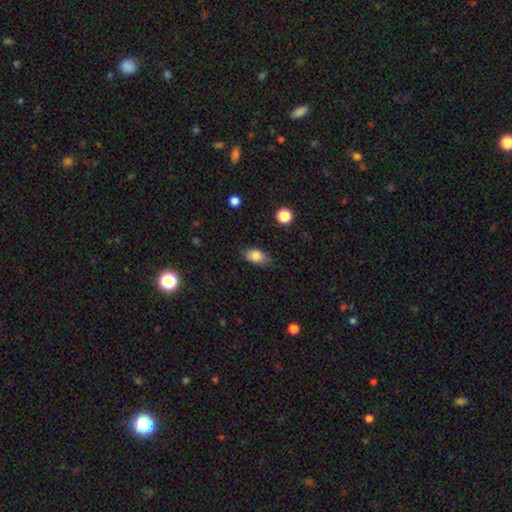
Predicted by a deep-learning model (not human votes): Q: Smooth or featured?
A: smooth (81%); runner-up: featured or disk (10%)
Q: How rounded?
A: in between (84%); runner-up: round (12%)
Q: Merging?
A: none (72%); runner-up: minor disturbance (22%)